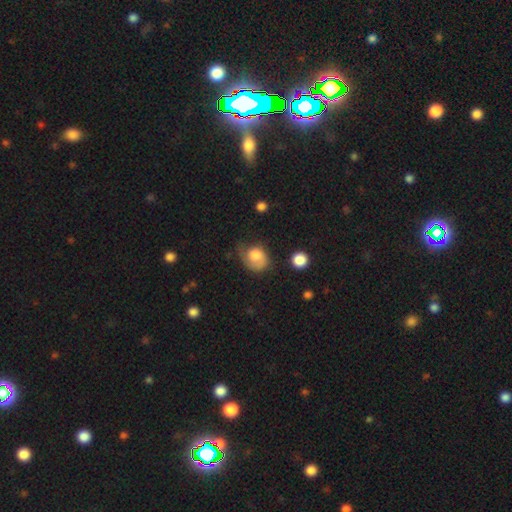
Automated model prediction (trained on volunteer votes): smooth_or_featured: smooth (p=0.66) [alt: featured or disk p=0.26]
how_rounded: in between (p=0.50) [alt: round p=0.49]
merging: none (p=0.35) [alt: minor disturbance p=0.32]